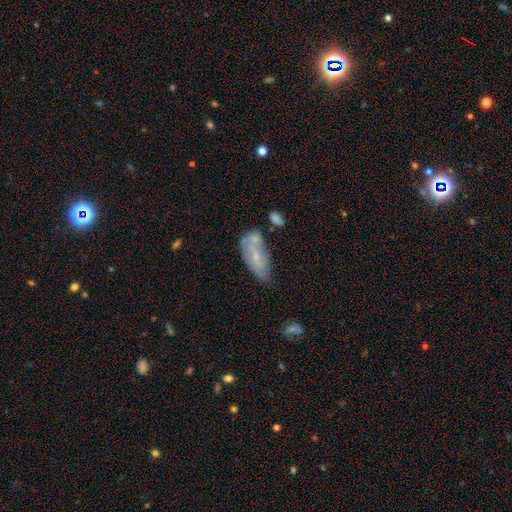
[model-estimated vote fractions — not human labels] Smooth or featured? featured or disk (48%)
Merging? none (38%)